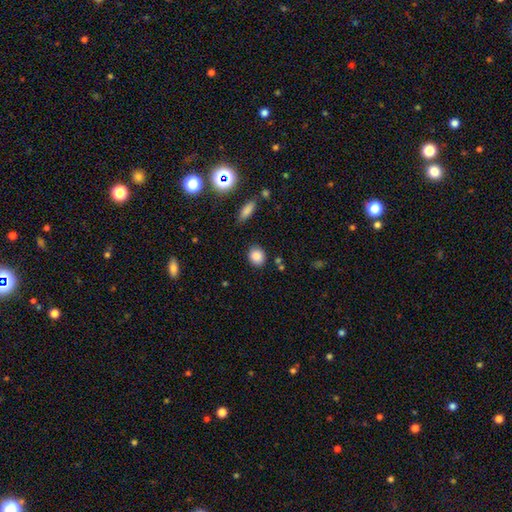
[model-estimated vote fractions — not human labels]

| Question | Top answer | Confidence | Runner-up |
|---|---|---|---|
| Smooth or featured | smooth | 85% | star or artifact (9%) |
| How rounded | round | 67% | in between (32%) |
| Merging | none | 85% | minor disturbance (9%) |